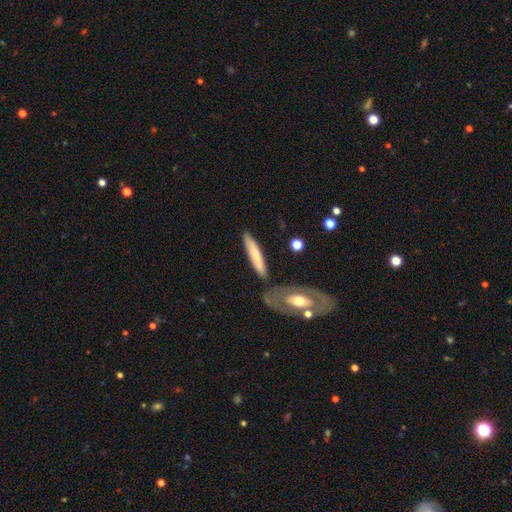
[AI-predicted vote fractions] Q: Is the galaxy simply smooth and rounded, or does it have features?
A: smooth — 66%.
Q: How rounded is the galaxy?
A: cigar-shaped — 87%.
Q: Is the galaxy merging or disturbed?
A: none — 78%.